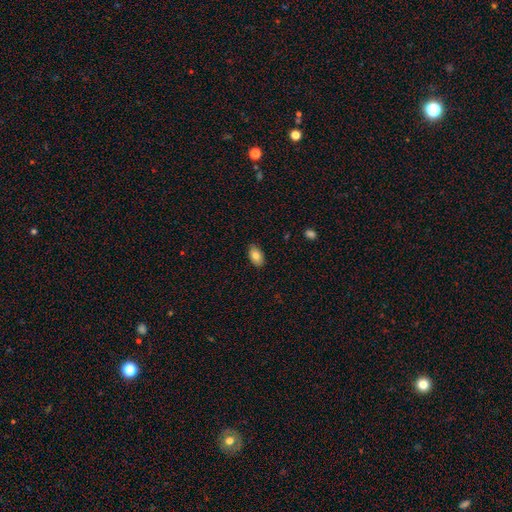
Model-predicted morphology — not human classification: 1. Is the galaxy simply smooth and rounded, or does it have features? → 80% smooth, 12% featured or disk, 7% star or artifact.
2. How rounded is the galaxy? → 91% in between, 7% round, 1% cigar-shaped.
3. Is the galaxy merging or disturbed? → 87% none, 10% minor disturbance, 2% major disturbance, 1% merger.